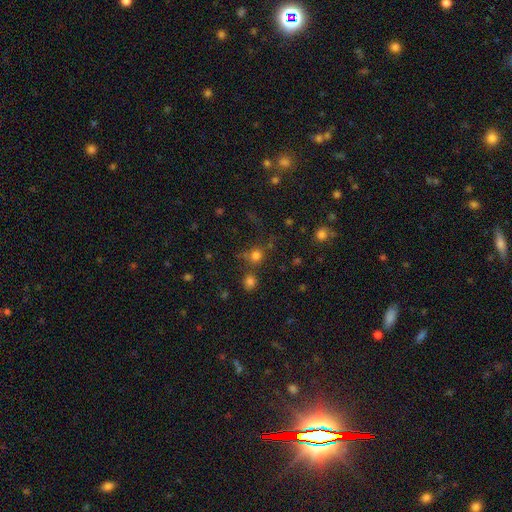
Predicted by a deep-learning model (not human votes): Smooth or featured: smooth — 72% (star or artifact — 21%)
How rounded: round — 89% (in between — 10%)
Merging: none — 66% (merger — 16%)